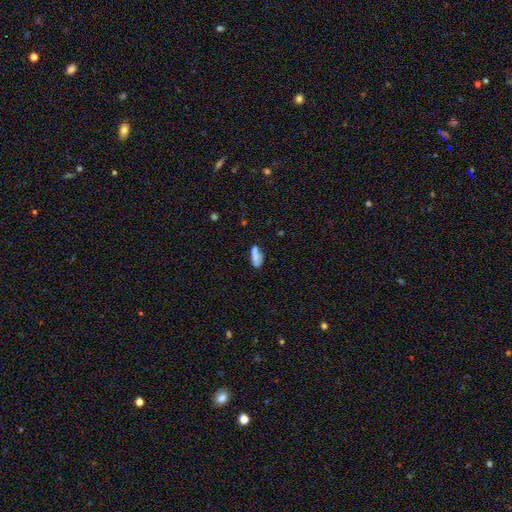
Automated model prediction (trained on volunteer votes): Smooth or featured? Predicted: smooth (p=0.74). How rounded? Predicted: in between (p=0.73). Merging? Predicted: none (p=0.54).